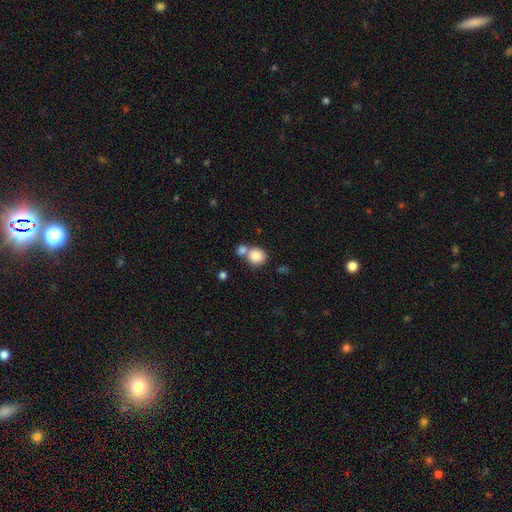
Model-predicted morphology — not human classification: Smooth or featured: smooth — 85% (star or artifact — 9%)
How rounded: round — 85% (in between — 14%)
Merging: none — 48% (merger — 40%)